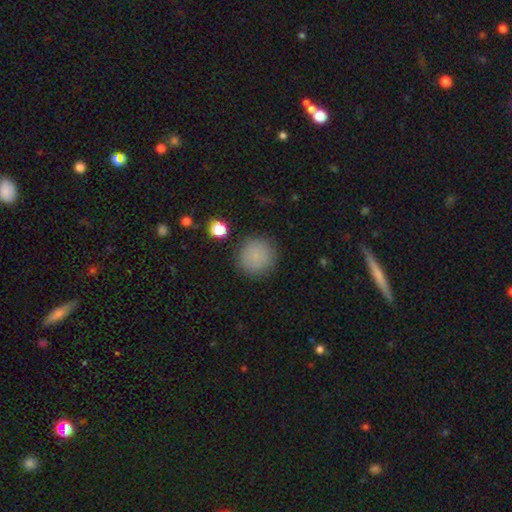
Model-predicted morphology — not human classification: smooth 83%, star or artifact 10%, featured or disk 7%. Down the decision tree: how rounded — round (94%); merging — none (87%).